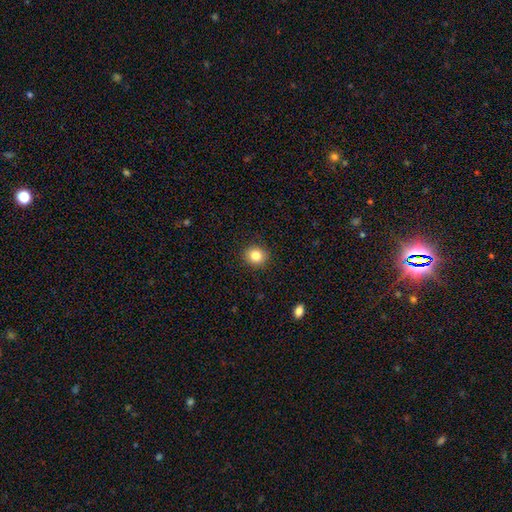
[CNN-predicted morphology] A smooth galaxy with no disk features (84%) that is round (79%).

Vote fractions:
- Smooth or featured? smooth: 84% / star or artifact: 10% / featured or disk: 6%
- How rounded? round: 79% / in between: 21% / cigar-shaped: 1%
- Merging? none: 90% / minor disturbance: 7% / major disturbance: 2% / merger: 1%